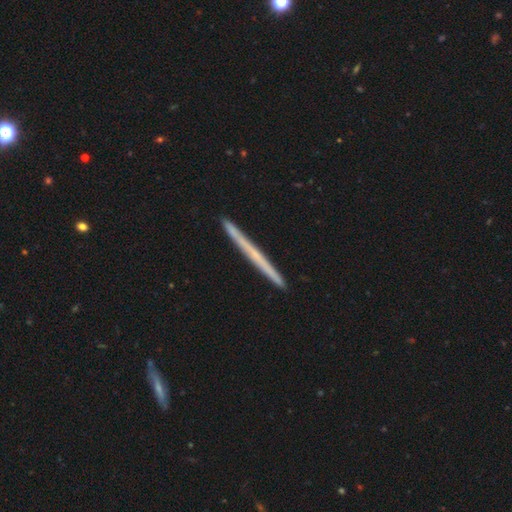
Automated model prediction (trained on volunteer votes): Overall: featured or disk (54%; smooth 39%). Edge-on disk: yes (97%). Edge-on bulge: none (87%). Merging: none (91%).